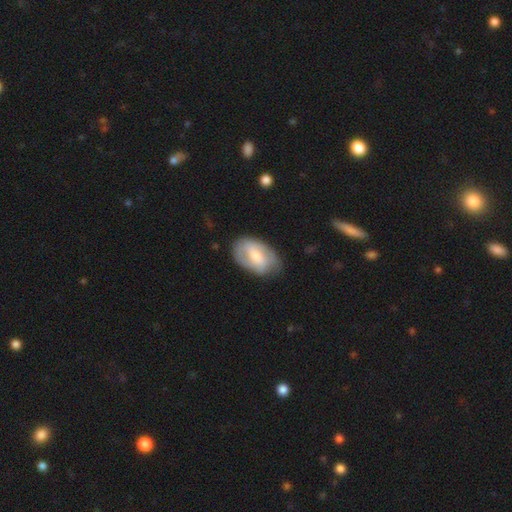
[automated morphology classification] Smooth or featured? Predicted: featured or disk (p=0.51). Edge-on disk? Predicted: no (p=0.95). Merging? Predicted: none (p=0.71).